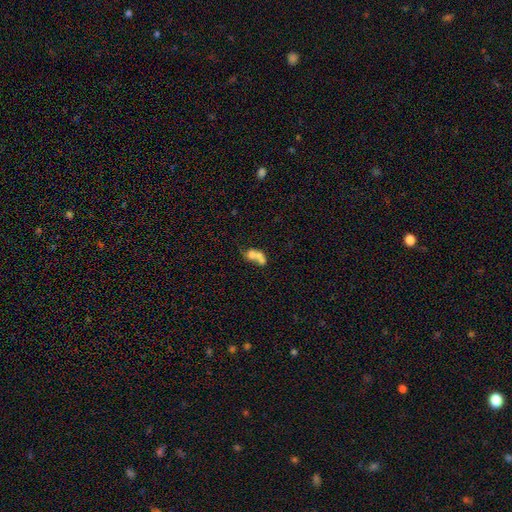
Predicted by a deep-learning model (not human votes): smooth-or-featured: smooth: 58% | featured or disk: 30% | star or artifact: 12%
  how-rounded: in between: 56% | round: 40% | cigar-shaped: 4%
  merging: merger: 70% | none: 15% | major disturbance: 9% | minor disturbance: 6%